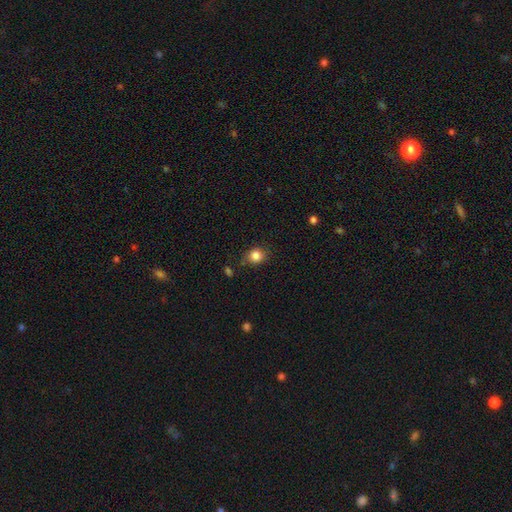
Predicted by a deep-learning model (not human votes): The model was most divided on "how rounded": round: 74%, in between: 25%, cigar-shaped: 1%. More confident: smooth or featured — smooth (84%); merging — none (77%).